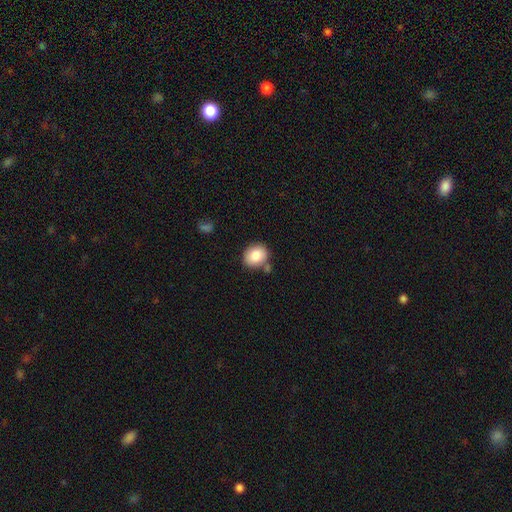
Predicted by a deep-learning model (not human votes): smooth 84%, star or artifact 8%, featured or disk 8%. Down the decision tree: how rounded — round (60%); merging — none (71%).